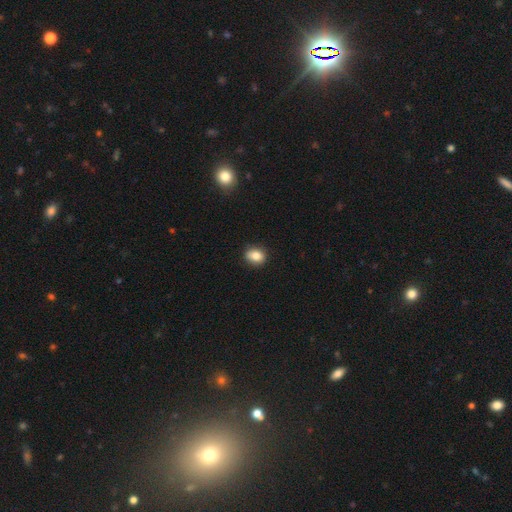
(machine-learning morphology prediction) This is clearly a smooth galaxy (82%). How rounded: possibly in between (51%). Merging: clearly none (83%).